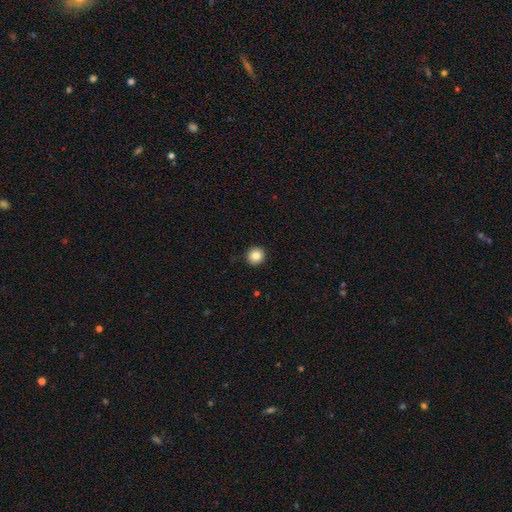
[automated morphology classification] Smooth or featured: smooth — 84% (star or artifact — 10%)
How rounded: round — 93% (in between — 6%)
Merging: none — 93% (minor disturbance — 5%)